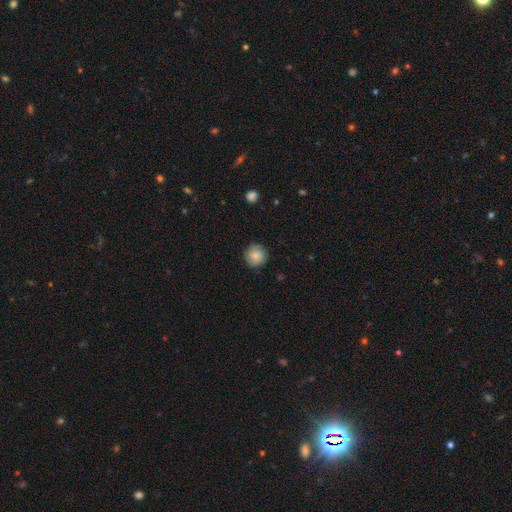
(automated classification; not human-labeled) Morphology: type=smooth (79%); roundness=round (93%); merging=none (84%).